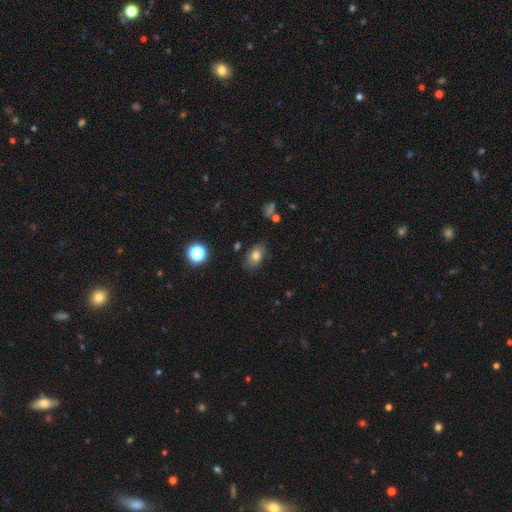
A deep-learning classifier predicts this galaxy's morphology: A smooth galaxy with no disk features (72%) that is in between round and cigar-shaped (79%).

Vote fractions:
- Smooth or featured? smooth: 72% / featured or disk: 15% / star or artifact: 12%
- How rounded? in between: 79% / round: 20% / cigar-shaped: 1%
- Merging? none: 76% / minor disturbance: 17% / major disturbance: 4% / merger: 2%